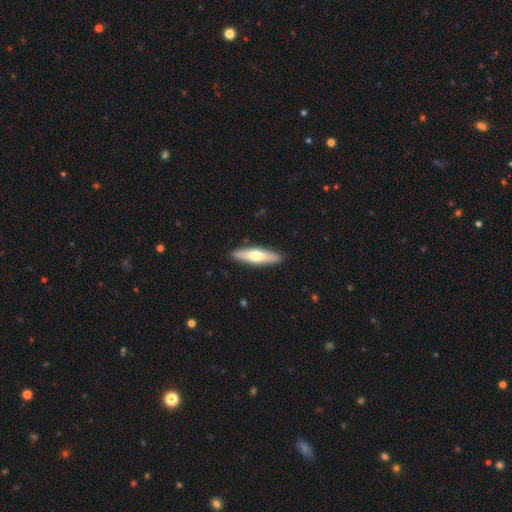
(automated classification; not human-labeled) The model was most divided on "smooth or featured": smooth: 59%, featured or disk: 36%, star or artifact: 5%. More confident: merging — none (90%); how rounded — cigar-shaped (71%).